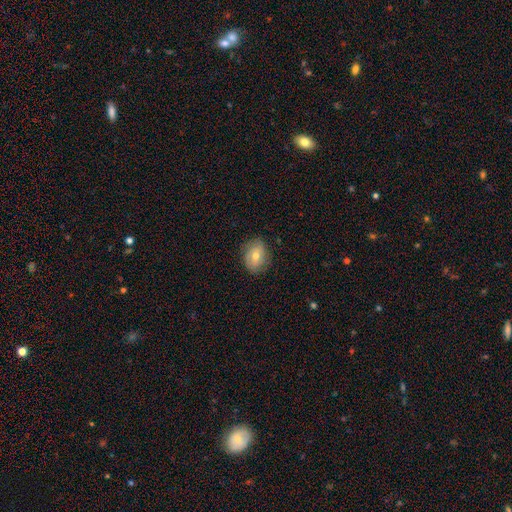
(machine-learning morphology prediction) Q: Smooth or featured?
A: smooth (61%); runner-up: featured or disk (31%)
Q: How rounded?
A: in between (61%); runner-up: round (38%)
Q: Merging?
A: none (80%); runner-up: minor disturbance (15%)